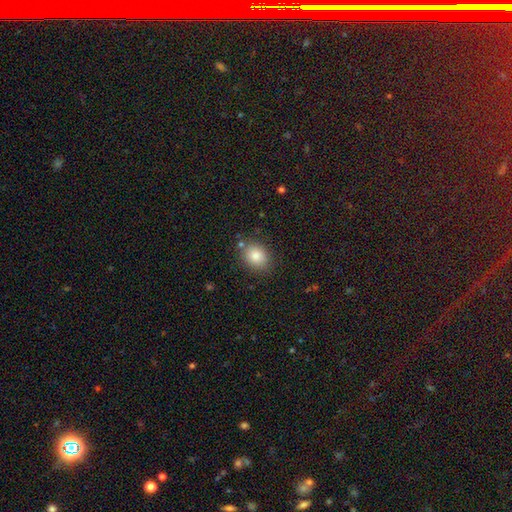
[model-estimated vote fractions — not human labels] Q: Smooth or featured?
A: smooth (84%); runner-up: star or artifact (9%)
Q: How rounded?
A: round (51%); runner-up: in between (48%)
Q: Merging?
A: none (82%); runner-up: minor disturbance (12%)